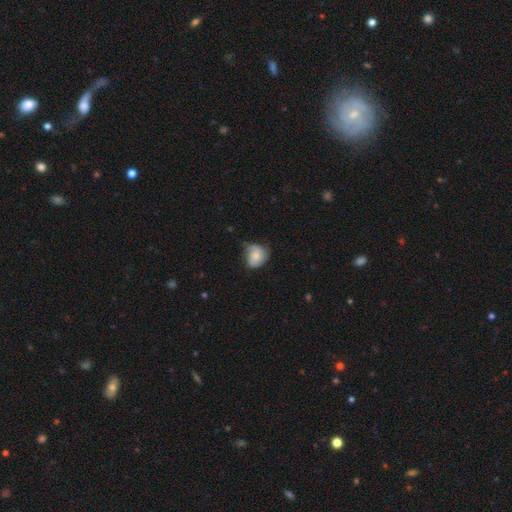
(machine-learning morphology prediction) The model was most divided on "merging": none: 46%, minor disturbance: 39%, major disturbance: 13%, merger: 2%. More confident: smooth or featured — smooth (63%); how rounded — round (62%).